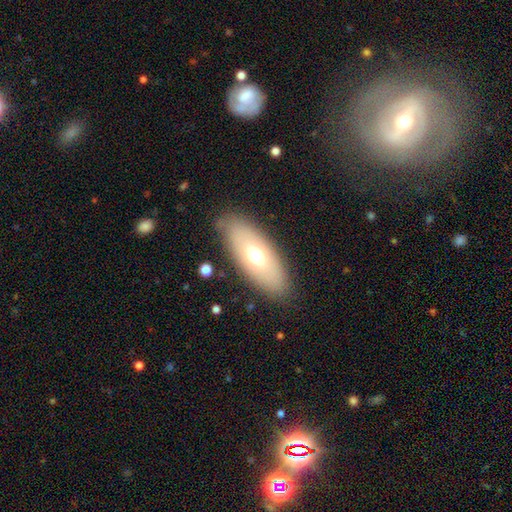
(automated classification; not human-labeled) smooth 62%, featured or disk 30%, star or artifact 8%. Down the decision tree: how rounded — in between (84%); merging — none (83%).